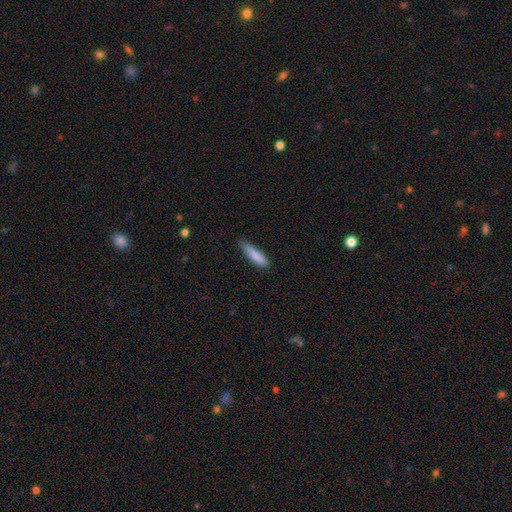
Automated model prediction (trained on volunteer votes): A smooth galaxy with no disk features (86%) that is cigar-shaped (73%). Merging: none (74%).